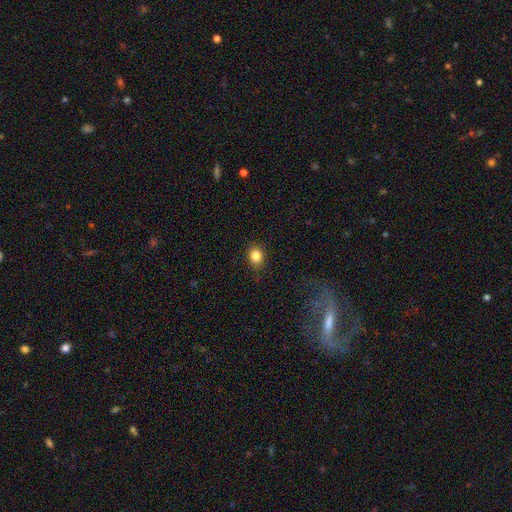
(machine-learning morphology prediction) smooth_or_featured: smooth (p=0.85) [alt: star or artifact p=0.10]
how_rounded: round (p=0.61) [alt: in between p=0.38]
merging: none (p=0.85) [alt: minor disturbance p=0.11]